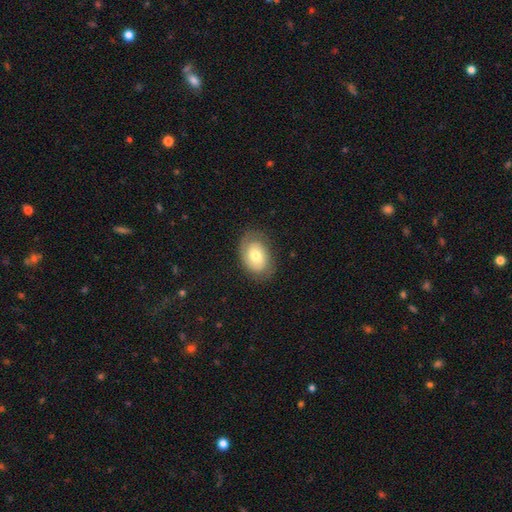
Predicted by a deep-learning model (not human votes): A smooth galaxy with no disk features (54%) that is in between round and cigar-shaped (83%). Merging: none (75%).